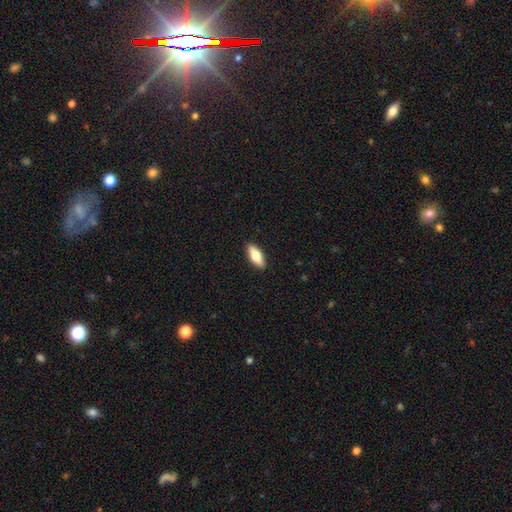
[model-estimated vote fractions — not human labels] Smooth or featured?
  - smooth: 62% *
  - featured or disk: 32%
  - star or artifact: 6%
How rounded?
  - in between: 68% *
  - cigar-shaped: 30%
  - round: 3%
Merging?
  - none: 90% *
  - minor disturbance: 8%
  - major disturbance: 2%
  - merger: 1%